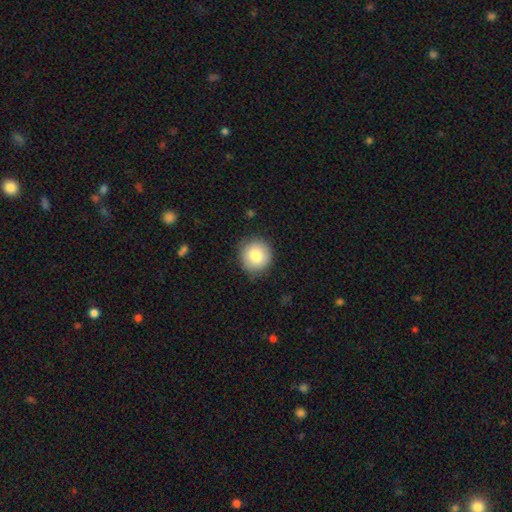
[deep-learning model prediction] Smooth or featured: smooth — 81% (featured or disk — 11%)
How rounded: round — 93% (in between — 6%)
Merging: none — 86% (minor disturbance — 10%)